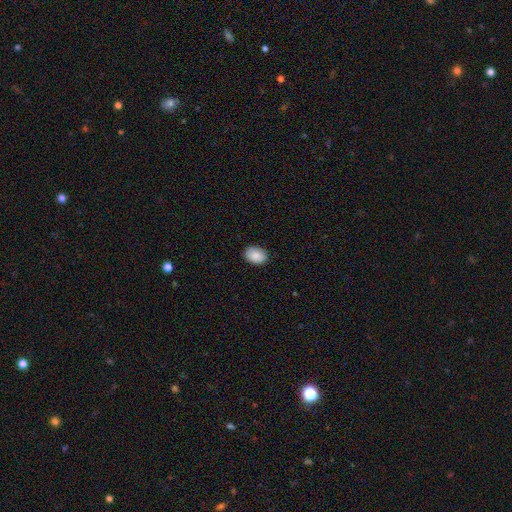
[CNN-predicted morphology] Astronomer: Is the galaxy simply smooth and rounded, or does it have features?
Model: smooth — 88%.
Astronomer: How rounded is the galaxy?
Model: in between — 81%.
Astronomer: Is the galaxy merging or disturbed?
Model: none — 88%.